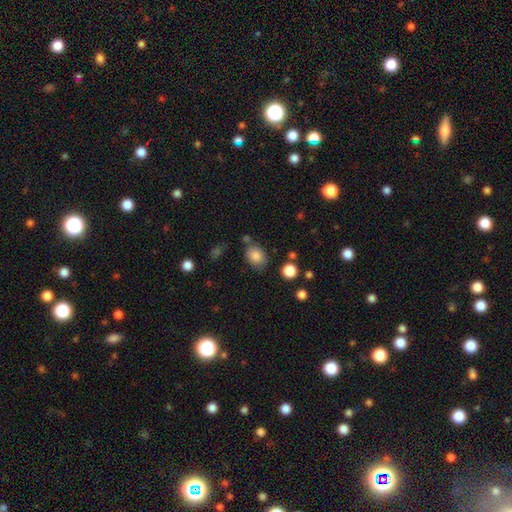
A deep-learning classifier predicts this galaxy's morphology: Smooth or featured?
  - smooth: 84% *
  - star or artifact: 9%
  - featured or disk: 6%
How rounded?
  - in between: 62% *
  - round: 37%
  - cigar-shaped: 1%
Merging?
  - none: 69% *
  - minor disturbance: 18%
  - merger: 7%
  - major disturbance: 6%